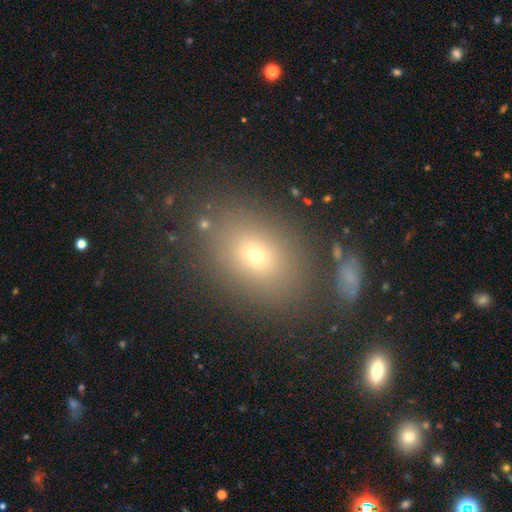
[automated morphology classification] This appears to be a smooth galaxy with no disk features (70%) that is in between round and cigar-shaped (67%). Merging: none (79%).